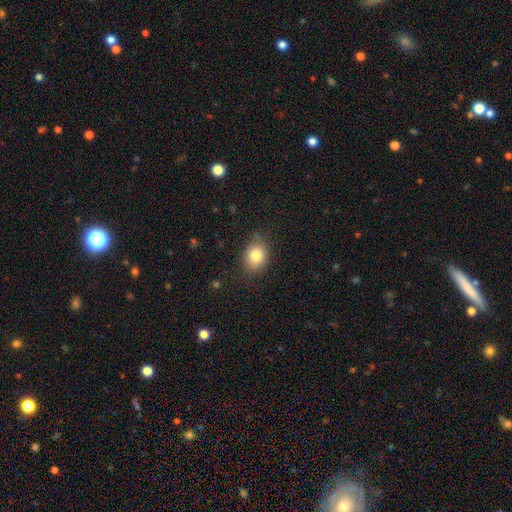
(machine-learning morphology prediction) Smooth or featured? Predicted: smooth (p=0.82). How rounded? Predicted: in between (p=0.50). Merging? Predicted: none (p=0.80).